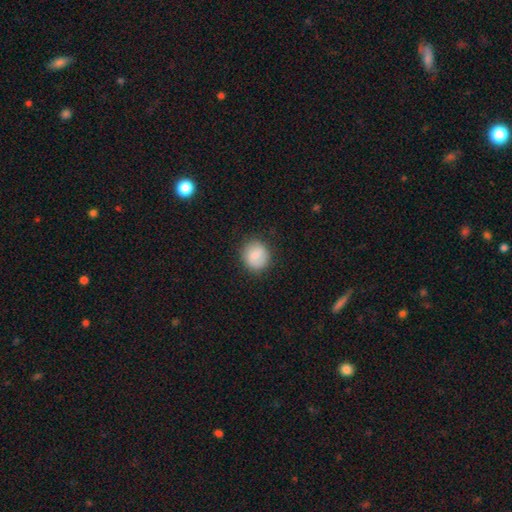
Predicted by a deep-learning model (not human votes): smooth-or-featured: smooth: 82% | featured or disk: 11% | star or artifact: 7%
  how-rounded: round: 86% | in between: 13% | cigar-shaped: 1%
  merging: none: 85% | minor disturbance: 11% | major disturbance: 3% | merger: 1%